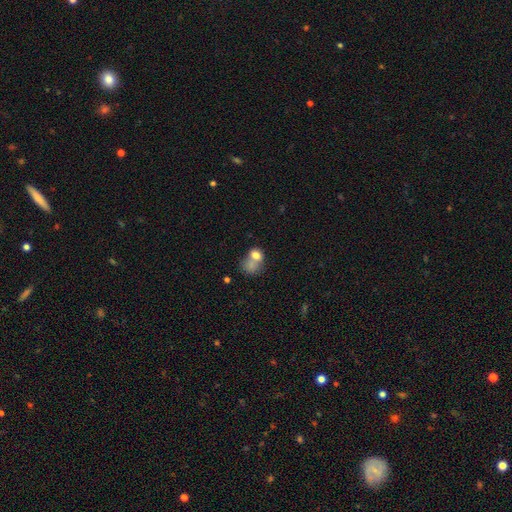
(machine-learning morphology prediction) Smooth or featured?
  - smooth: 71% *
  - featured or disk: 18%
  - star or artifact: 11%
How rounded?
  - in between: 50% *
  - round: 49%
  - cigar-shaped: 1%
Merging?
  - merger: 54% *
  - none: 22%
  - major disturbance: 13%
  - minor disturbance: 12%